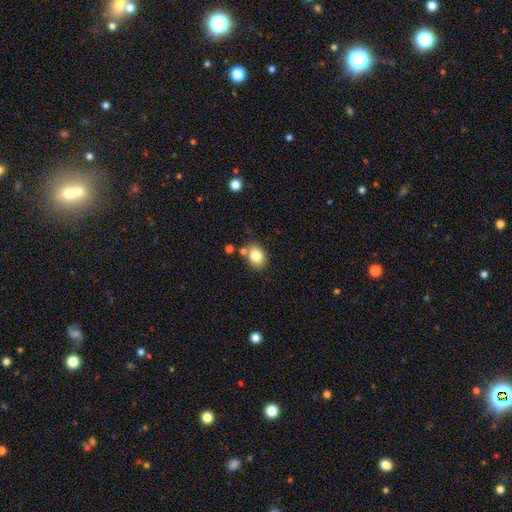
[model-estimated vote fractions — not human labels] Smooth or featured? smooth (82%)
How rounded? in between (60%)
Merging? none (75%)